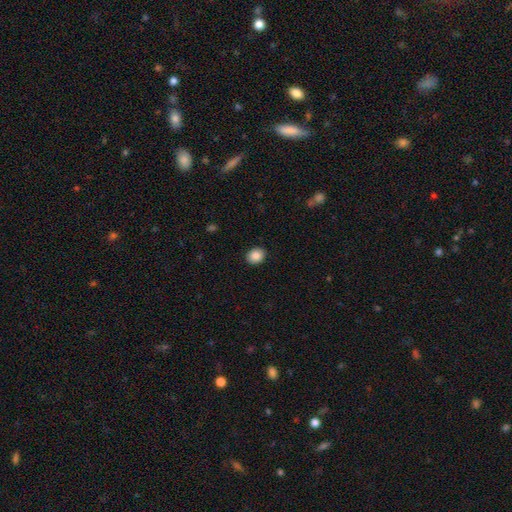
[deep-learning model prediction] smooth 86%, star or artifact 8%, featured or disk 6%. Down the decision tree: how rounded — round (53%); merging — none (91%).